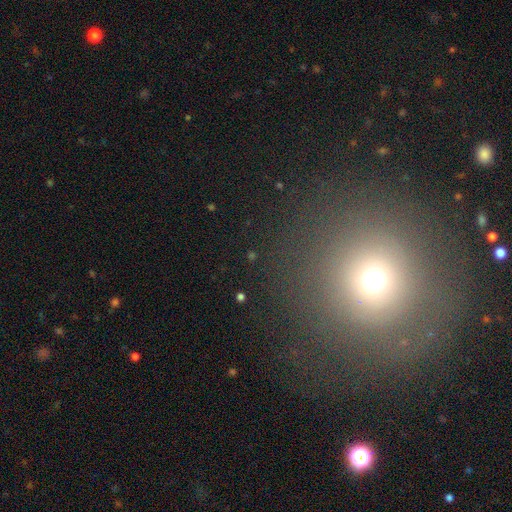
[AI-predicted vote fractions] Smooth or featured? Predicted: star or artifact (p=0.51).